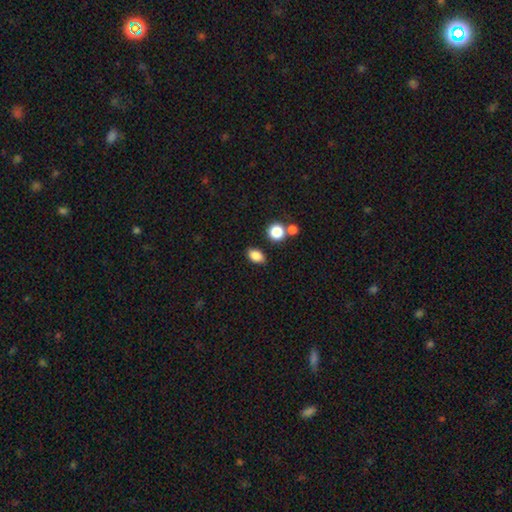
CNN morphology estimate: Smooth or featured? Predicted: smooth (p=0.85). How rounded? Predicted: in between (p=0.82). Merging? Predicted: none (p=0.82).